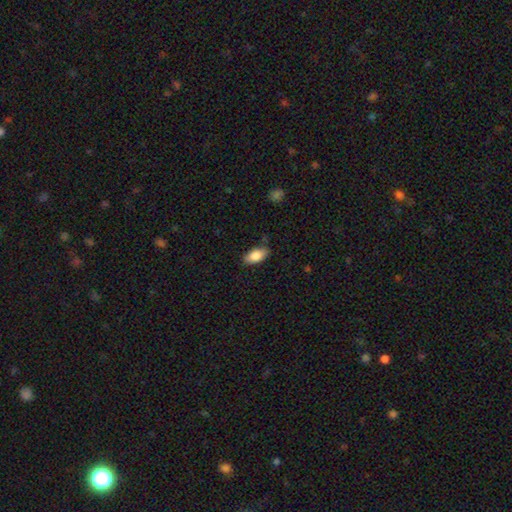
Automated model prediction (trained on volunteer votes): A smooth galaxy with no disk features (83%) that is in between round and cigar-shaped (91%).

Vote fractions:
- Smooth or featured? smooth: 83% / featured or disk: 10% / star or artifact: 7%
- How rounded? in between: 91% / cigar-shaped: 6% / round: 3%
- Merging? none: 81% / minor disturbance: 14% / major disturbance: 3% / merger: 2%